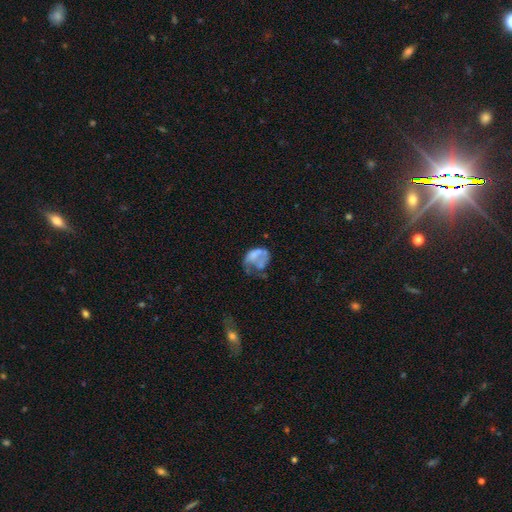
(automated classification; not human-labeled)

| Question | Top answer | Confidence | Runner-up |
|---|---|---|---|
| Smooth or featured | featured or disk | 47% | smooth (42%) |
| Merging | major disturbance | 44% | none (24%) |